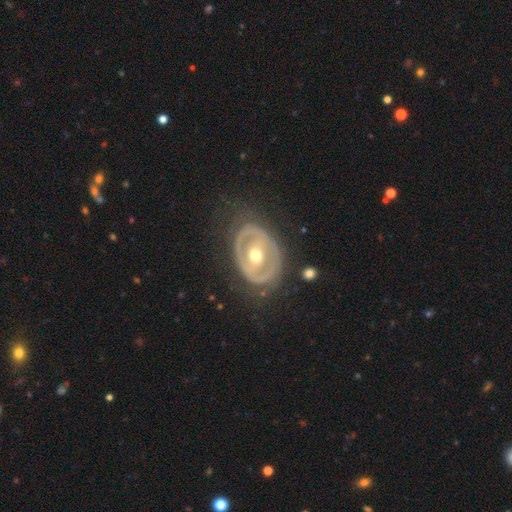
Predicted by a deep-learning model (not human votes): This is likely a featured or disk galaxy (73%). It is clearly not viewed edge-on (94%). Bar: possibly no (50%). Spiral arm pattern: likely no (67%). Central bulge: likely moderate (75%). Merging: likely none (68%).